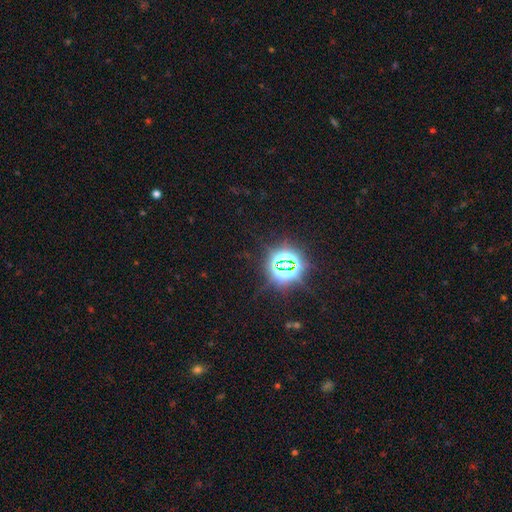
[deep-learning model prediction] Smooth or featured? star or artifact (78%)